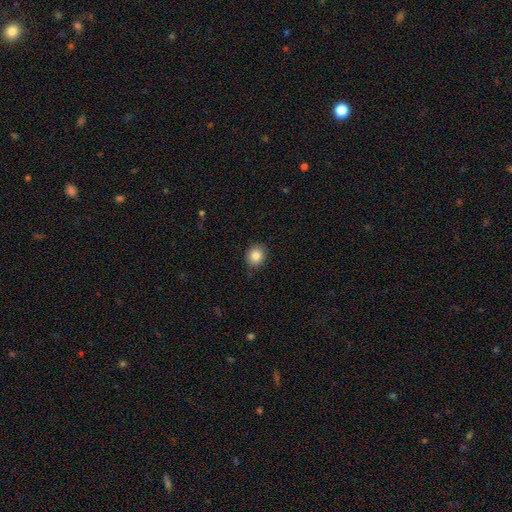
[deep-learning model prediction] Overall: smooth (84%). How rounded: round (72%). Merging: none (89%).